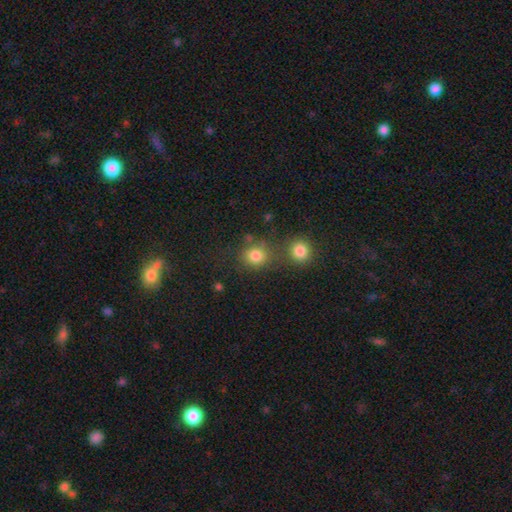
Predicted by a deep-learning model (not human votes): smooth-or-featured: smooth: 81% | star or artifact: 13% | featured or disk: 6%
  how-rounded: round: 80% | in between: 19% | cigar-shaped: 1%
  merging: none: 60% | merger: 25% | minor disturbance: 10% | major disturbance: 5%